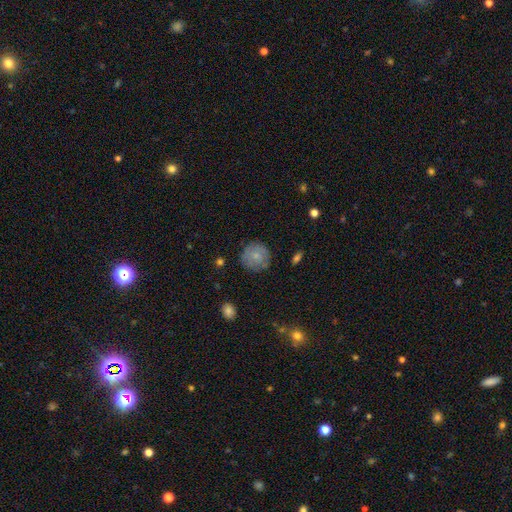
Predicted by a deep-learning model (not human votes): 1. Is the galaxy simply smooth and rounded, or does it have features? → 69% smooth, 23% featured or disk, 8% star or artifact.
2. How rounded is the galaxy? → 92% round, 7% in between, 1% cigar-shaped.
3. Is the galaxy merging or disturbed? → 79% none, 15% minor disturbance, 4% major disturbance, 2% merger.